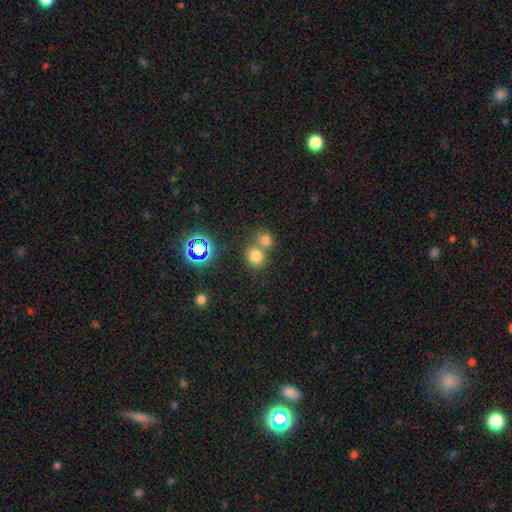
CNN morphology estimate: Overall: smooth (74%). How rounded: round (82%). Merging: none (48%; merger 42%).